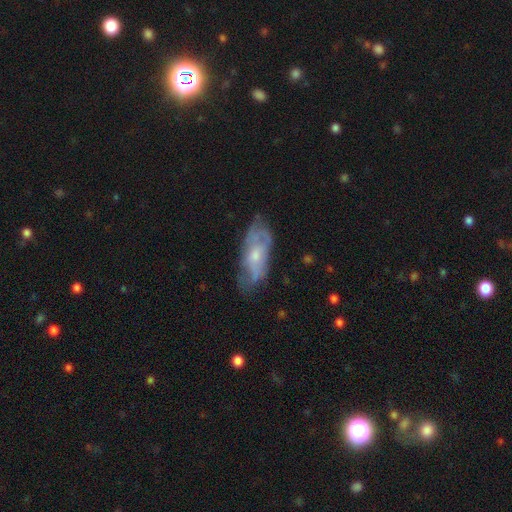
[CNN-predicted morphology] Smooth or featured: featured or disk — 56% (smooth — 37%)
Edge-on disk: no — 85% (yes — 15%)
Merging: none — 58% (minor disturbance — 28%)